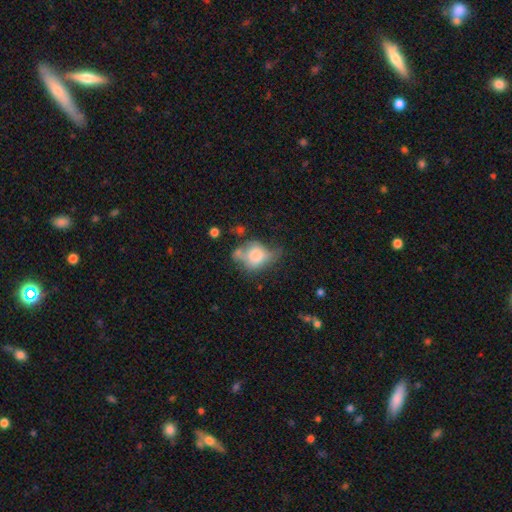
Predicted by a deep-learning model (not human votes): Smooth or featured? Predicted: smooth (p=0.65). How rounded? Predicted: in between (p=0.57). Merging? Predicted: minor disturbance (p=0.28, tied with none).